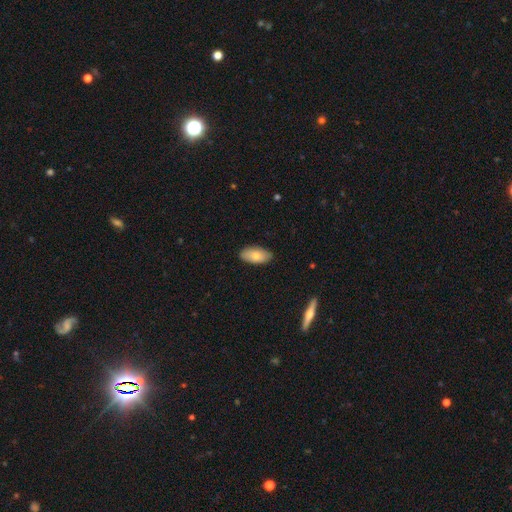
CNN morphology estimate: Overall: smooth (78%). How rounded: in between (92%). Merging: none (87%).